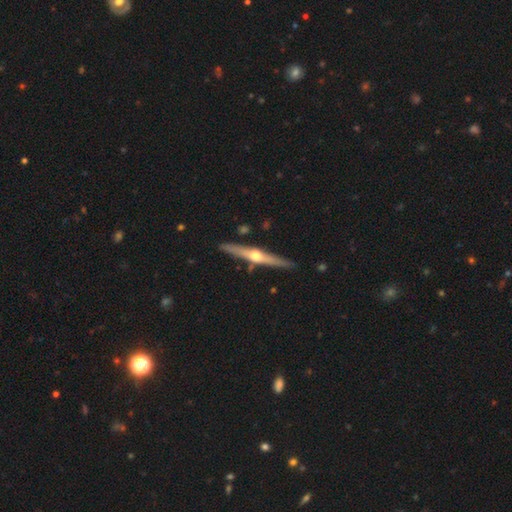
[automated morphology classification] The model was most divided on "smooth or featured": featured or disk: 77%, smooth: 18%, star or artifact: 5%. More confident: edge-on disk — yes (98%); edge-on bulge — rounded (95%); merging — none (88%).